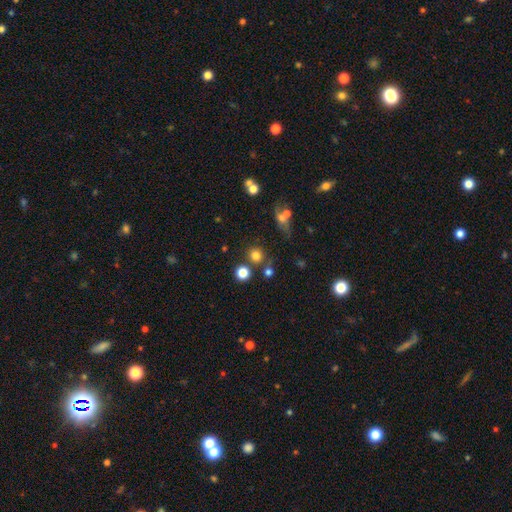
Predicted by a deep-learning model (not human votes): Morphology: type=smooth (76%); roundness=round (90%); merging=none (75%).